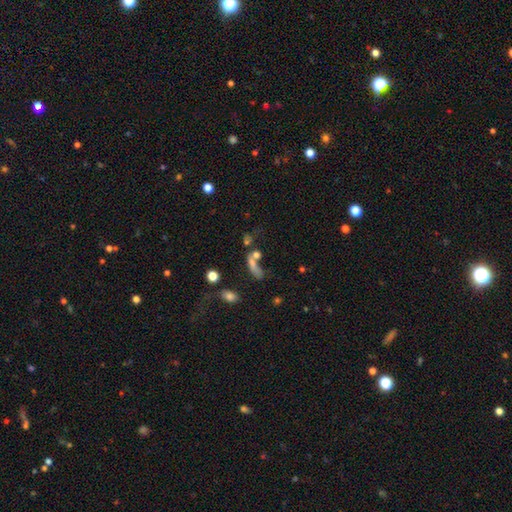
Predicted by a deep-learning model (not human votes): Smooth or featured? smooth (62%)
How rounded? in between (41%)
Merging? merger (38%)